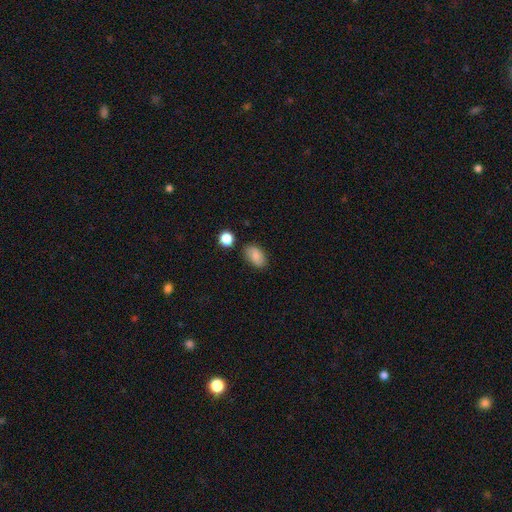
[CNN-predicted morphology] A smooth galaxy with no disk features (81%) that is in between round and cigar-shaped (89%).

Vote fractions:
- Smooth or featured? smooth: 81% / featured or disk: 11% / star or artifact: 9%
- How rounded? in between: 89% / round: 9% / cigar-shaped: 2%
- Merging? none: 79% / minor disturbance: 14% / merger: 3% / major disturbance: 3%